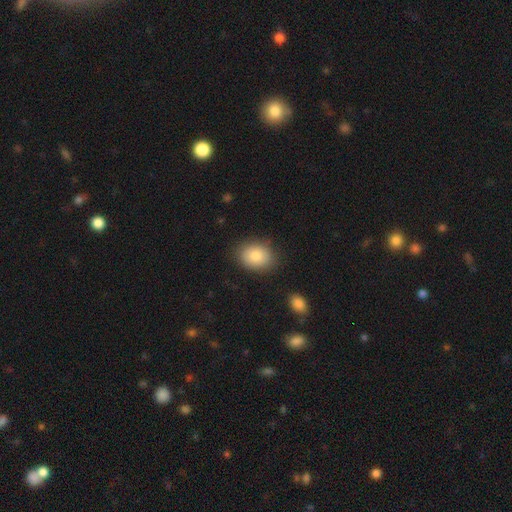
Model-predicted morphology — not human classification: Smooth or featured?
  - smooth: 84% *
  - featured or disk: 9%
  - star or artifact: 7%
How rounded?
  - in between: 59% *
  - round: 40%
  - cigar-shaped: 1%
Merging?
  - none: 84% *
  - minor disturbance: 11%
  - major disturbance: 3%
  - merger: 2%